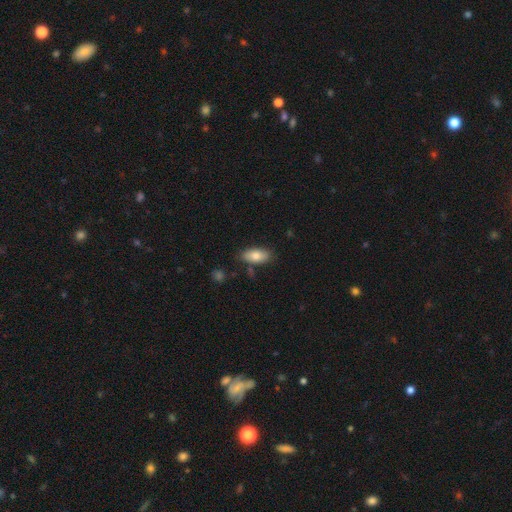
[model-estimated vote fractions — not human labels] The model was most divided on "merging": none: 80%, minor disturbance: 14%, merger: 4%, major disturbance: 3%. More confident: how rounded — in between (89%); smooth or featured — smooth (79%).